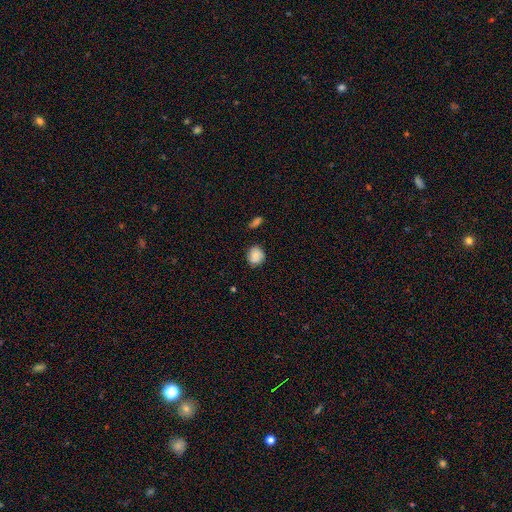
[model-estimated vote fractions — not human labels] Smooth or featured? smooth (79%)
How rounded? round (79%)
Merging? none (75%)